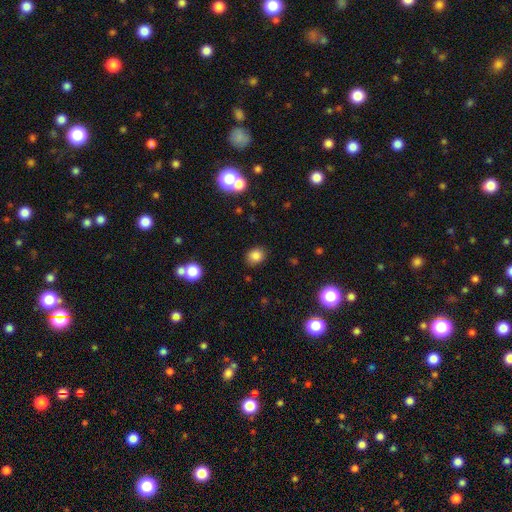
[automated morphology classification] Smooth or featured? smooth (83%)
How rounded? round (61%)
Merging? none (85%)